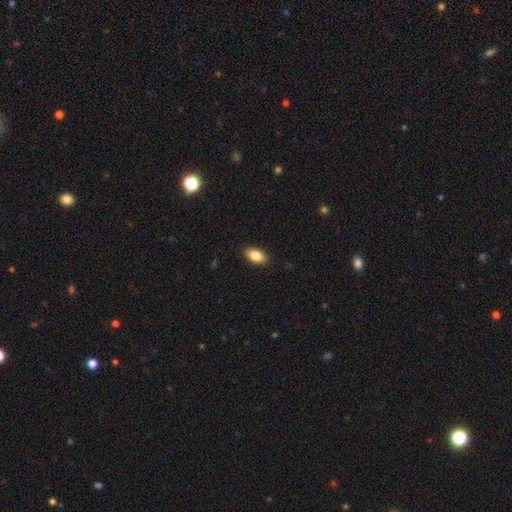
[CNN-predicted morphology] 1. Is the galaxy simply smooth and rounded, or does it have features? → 84% smooth, 9% featured or disk, 7% star or artifact.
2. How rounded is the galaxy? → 91% in between, 5% cigar-shaped, 4% round.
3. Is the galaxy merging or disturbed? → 90% none, 8% minor disturbance, 2% major disturbance, 1% merger.